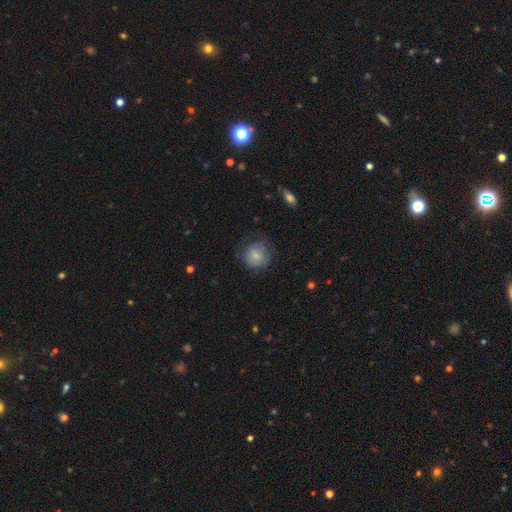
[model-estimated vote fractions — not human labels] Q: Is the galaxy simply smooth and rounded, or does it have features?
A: smooth — 77%.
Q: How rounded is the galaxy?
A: round — 87%.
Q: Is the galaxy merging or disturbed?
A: none — 64%.